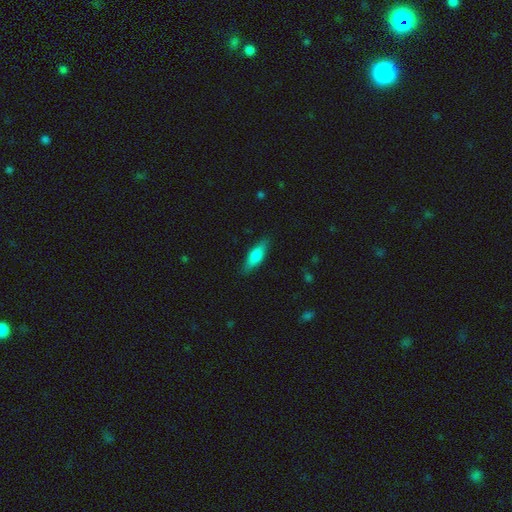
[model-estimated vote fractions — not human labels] Smooth or featured? Predicted: smooth (p=0.71). How rounded? Predicted: in between (p=0.51). Merging? Predicted: none (p=0.85).